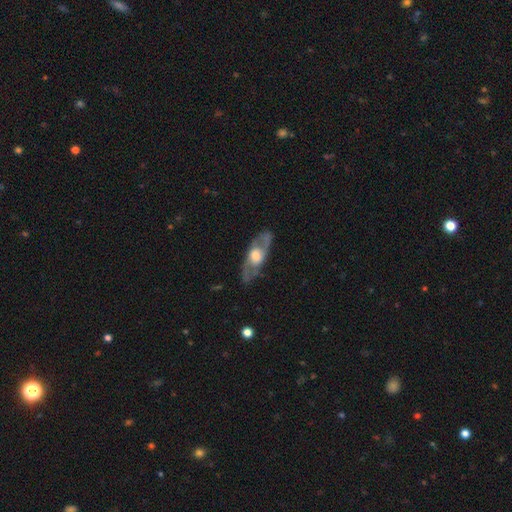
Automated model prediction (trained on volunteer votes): This is likely a featured or disk galaxy (70%). It is likely not viewed edge-on (71%). Merging: likely none (77%).